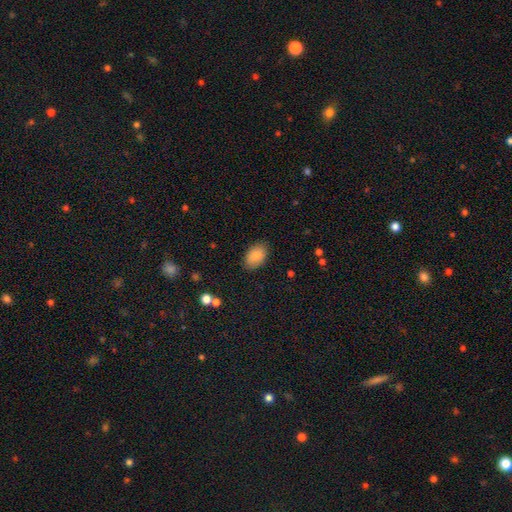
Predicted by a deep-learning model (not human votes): Overall: smooth (88%). How rounded: in between (91%). Merging: none (85%).